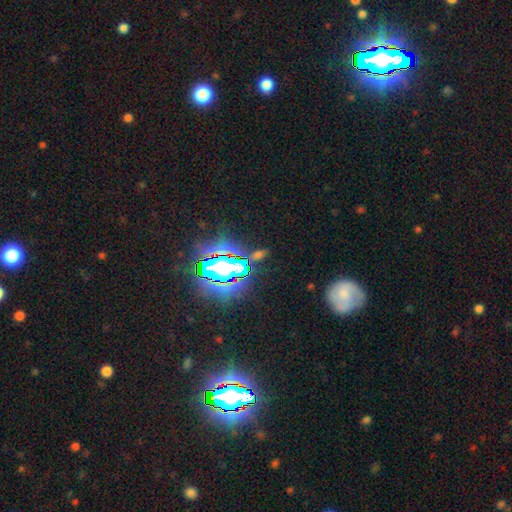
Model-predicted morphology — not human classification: This appears to be a star or artifact, not a galaxy (65%).